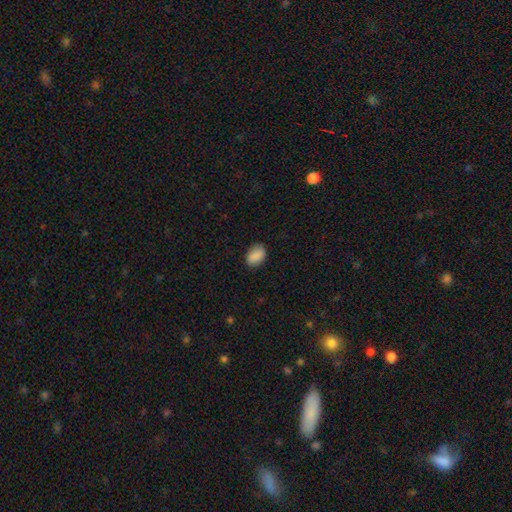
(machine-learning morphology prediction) A smooth galaxy with no disk features (88%) that is in between round and cigar-shaped (82%).

Vote fractions:
- Smooth or featured? smooth: 88% / star or artifact: 7% / featured or disk: 5%
- How rounded? in between: 82% / round: 17% / cigar-shaped: 1%
- Merging? none: 85% / minor disturbance: 12% / major disturbance: 3% / merger: 1%